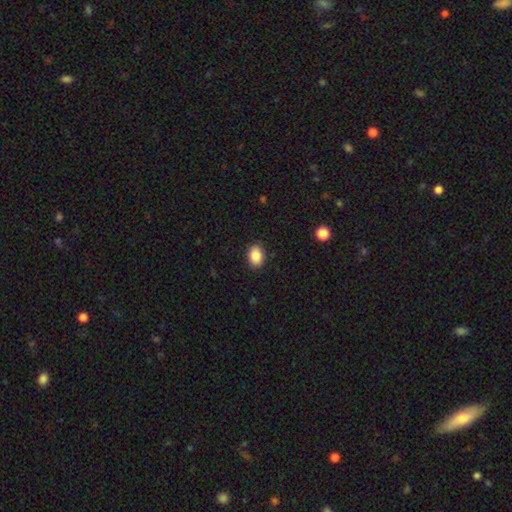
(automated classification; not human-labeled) Smooth or featured: smooth — 88% (star or artifact — 8%)
How rounded: in between — 74% (round — 25%)
Merging: none — 89% (minor disturbance — 8%)